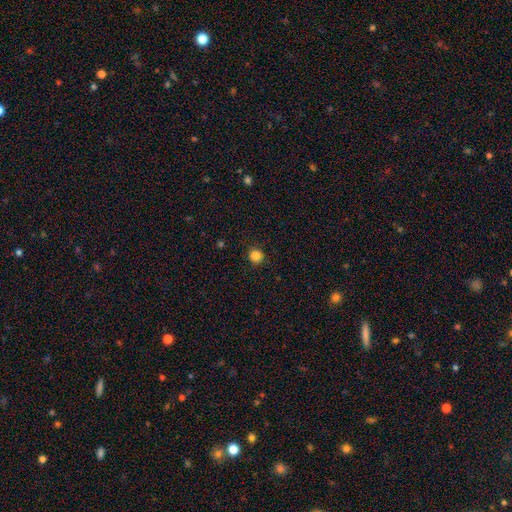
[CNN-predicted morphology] smooth_or_featured: smooth (p=0.85) [alt: star or artifact p=0.12]
how_rounded: round (p=0.91) [alt: in between p=0.08]
merging: none (p=0.90) [alt: minor disturbance p=0.07]